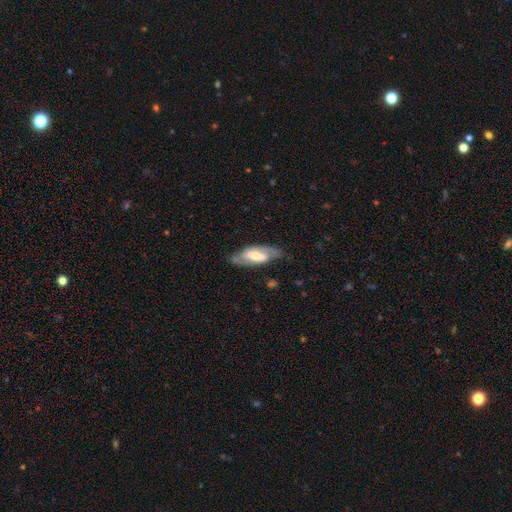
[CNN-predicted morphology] This is likely a featured or disk galaxy (78%). It is clearly not viewed edge-on (91%). Bar: possibly strong (49%). Spiral arm pattern: clearly yes (89%). Spiral arm count: clearly 2 (88%). Spiral winding: possibly medium (49%). Central bulge: possibly moderate (54%). Merging: likely none (78%).